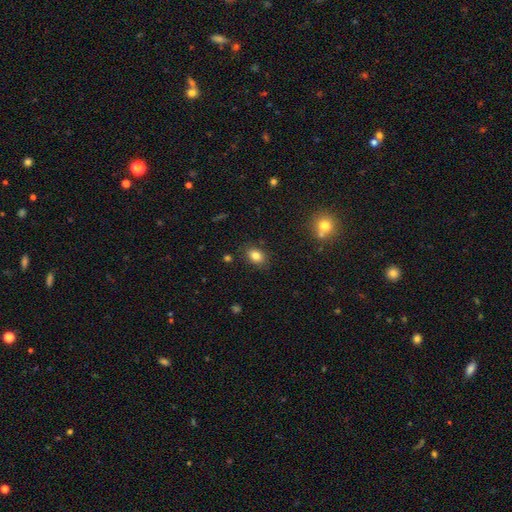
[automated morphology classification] This appears to be a smooth galaxy with no disk features (82%) that is in between round and cigar-shaped (71%). Merging: none (85%).